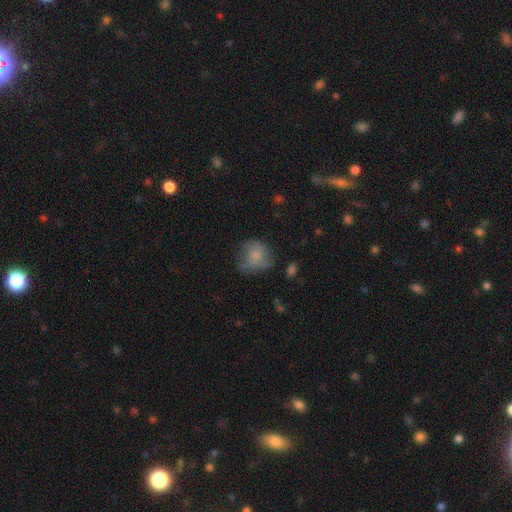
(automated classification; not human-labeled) Smooth or featured? smooth (70%)
How rounded? round (71%)
Merging? none (44%)